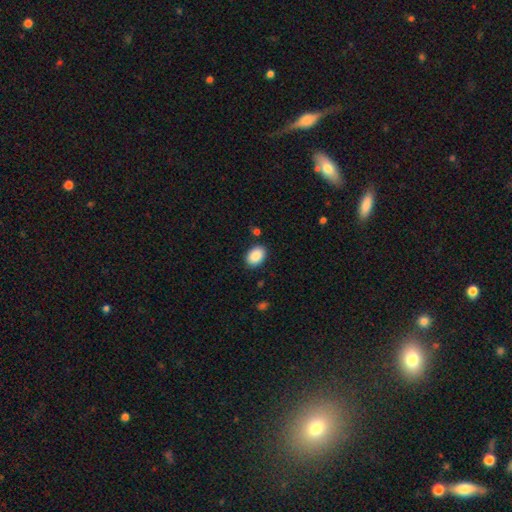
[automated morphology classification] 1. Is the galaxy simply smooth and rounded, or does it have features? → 89% smooth, 7% star or artifact, 4% featured or disk.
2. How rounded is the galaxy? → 86% in between, 13% round, 1% cigar-shaped.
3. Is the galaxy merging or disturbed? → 86% none, 10% minor disturbance, 3% major disturbance, 2% merger.